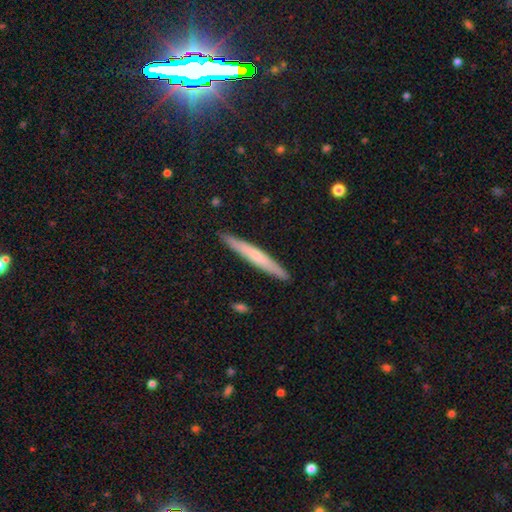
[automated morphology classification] Smooth or featured: smooth — 58% (featured or disk — 36%)
How rounded: cigar-shaped — 96% (in between — 2%)
Merging: none — 91% (minor disturbance — 7%)